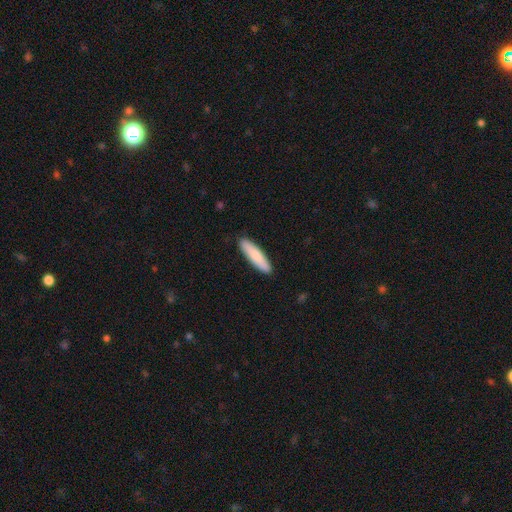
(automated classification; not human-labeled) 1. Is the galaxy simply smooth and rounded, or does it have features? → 82% smooth, 13% featured or disk, 5% star or artifact.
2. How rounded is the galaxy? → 78% cigar-shaped, 21% in between, 1% round.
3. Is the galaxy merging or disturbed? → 90% none, 7% minor disturbance, 1% major disturbance, 1% merger.